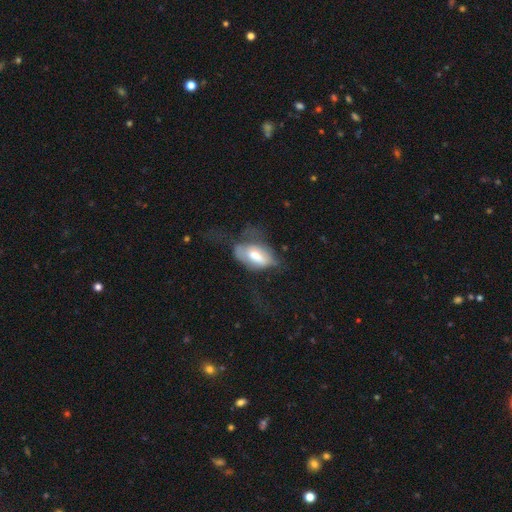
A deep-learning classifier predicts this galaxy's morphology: smooth-or-featured: smooth: 57% | featured or disk: 36% | star or artifact: 8%
  how-rounded: in between: 90% | round: 5% | cigar-shaped: 5%
  merging: major disturbance: 49% | none: 24% | minor disturbance: 23% | merger: 4%